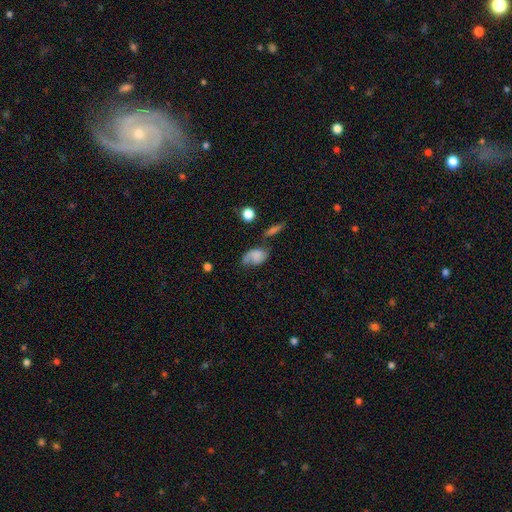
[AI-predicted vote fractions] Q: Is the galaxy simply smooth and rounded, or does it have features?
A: smooth — 62%.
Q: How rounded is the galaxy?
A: in between — 79%.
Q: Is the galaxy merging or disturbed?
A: none — 36%.